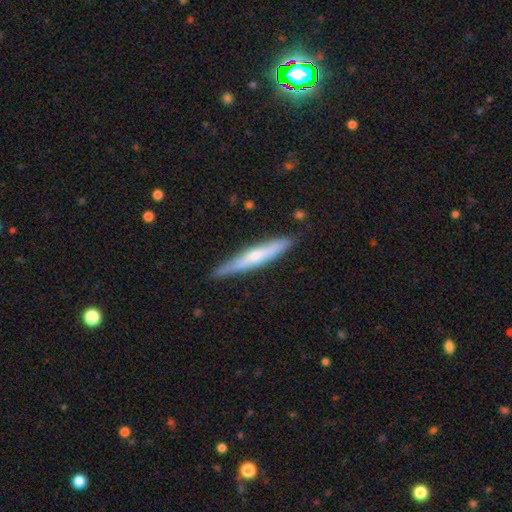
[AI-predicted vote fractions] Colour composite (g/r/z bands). It shows a smooth galaxy with no disk features (50%) that is cigar-shaped (93%). Merging: none (84%).